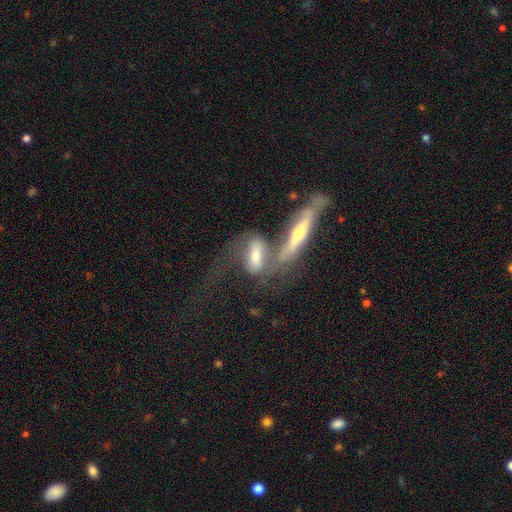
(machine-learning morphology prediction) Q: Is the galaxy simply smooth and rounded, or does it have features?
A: featured or disk — 48%.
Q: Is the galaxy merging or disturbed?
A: merger — 59%.